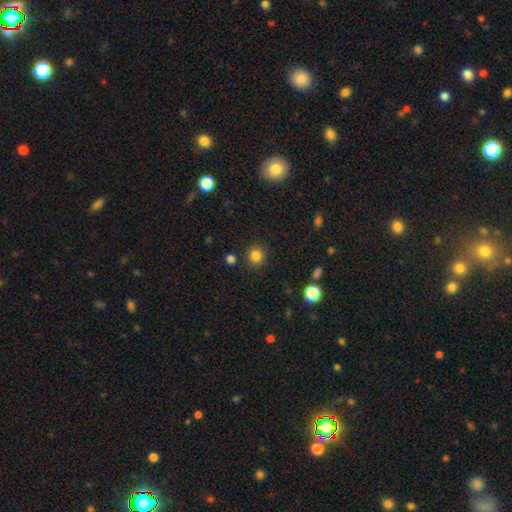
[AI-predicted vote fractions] Morphology: type=smooth (83%); roundness=round (87%); merging=none (89%).